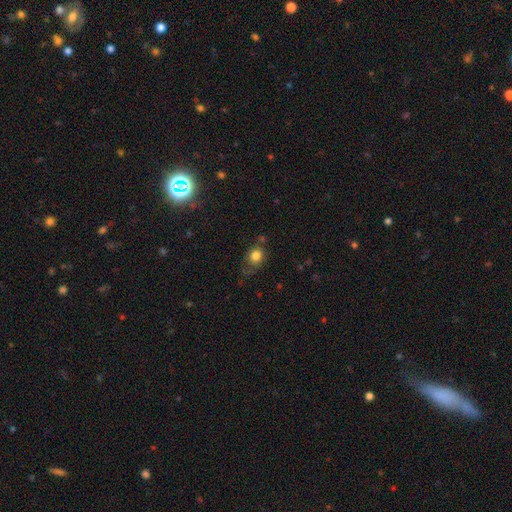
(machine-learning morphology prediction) This appears to be a smooth galaxy with no disk features (80%) that is round (63%). Merging: none (58%).